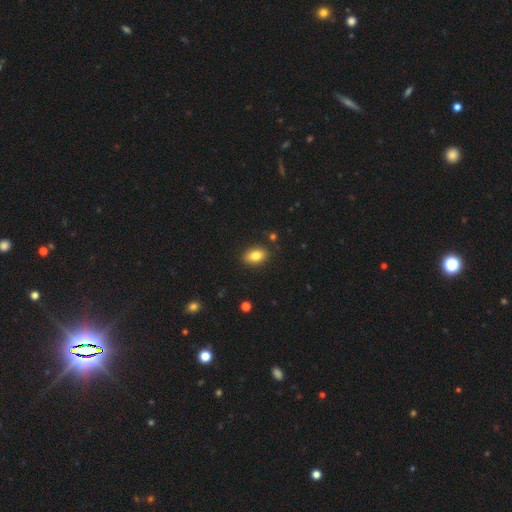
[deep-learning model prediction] smooth-or-featured: smooth: 82% | featured or disk: 10% | star or artifact: 8%
  how-rounded: in between: 87% | round: 10% | cigar-shaped: 2%
  merging: none: 87% | minor disturbance: 9% | major disturbance: 2% | merger: 2%